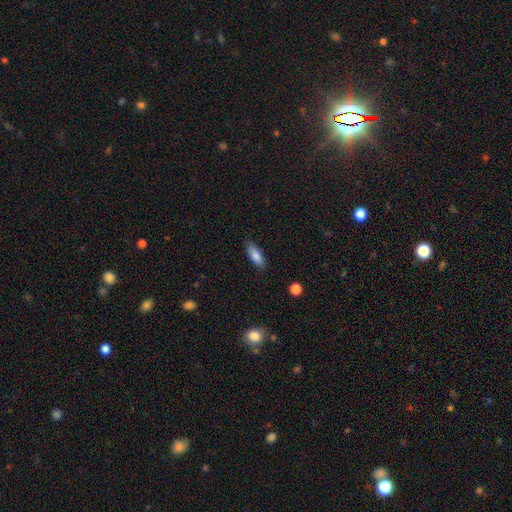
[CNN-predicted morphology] A smooth galaxy with no disk features (82%) that is in between round and cigar-shaped (61%).

Vote fractions:
- Smooth or featured? smooth: 82% / featured or disk: 11% / star or artifact: 7%
- How rounded? in between: 61% / cigar-shaped: 37% / round: 2%
- Merging? none: 83% / minor disturbance: 13% / major disturbance: 3% / merger: 1%